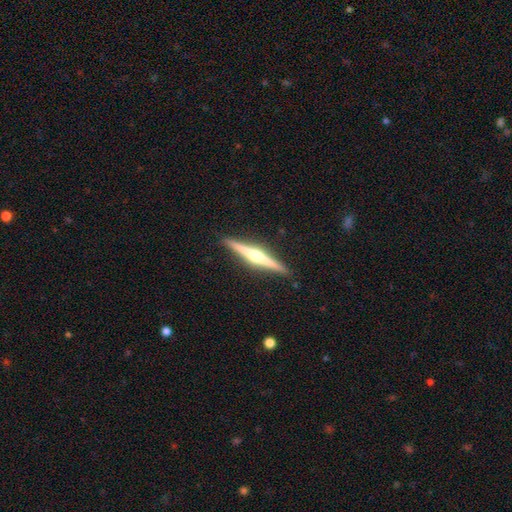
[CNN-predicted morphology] Q: Smooth or featured?
A: featured or disk (80%); runner-up: smooth (15%)
Q: Edge-on disk?
A: yes (99%); runner-up: no (1%)
Q: Edge-on bulge?
A: rounded (92%); runner-up: none (4%)
Q: Merging?
A: none (92%); runner-up: minor disturbance (6%)